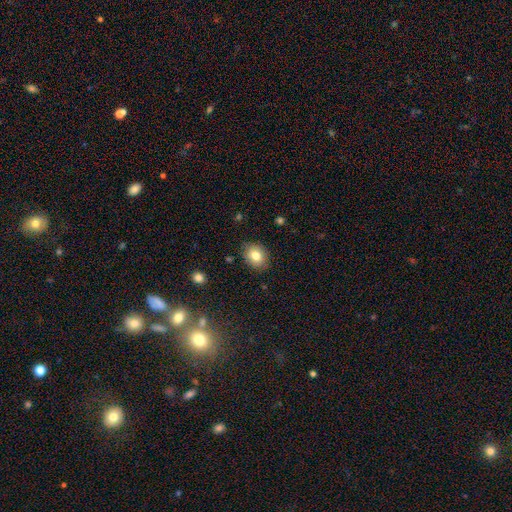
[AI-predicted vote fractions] Smooth or featured? Predicted: smooth (p=0.81). How rounded? Predicted: round (p=0.55). Merging? Predicted: none (p=0.86).